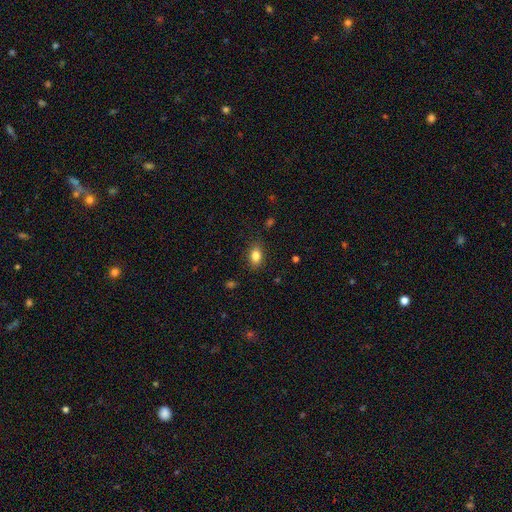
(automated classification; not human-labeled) Morphology: type=smooth (84%); roundness=in between (82%); merging=none (85%).